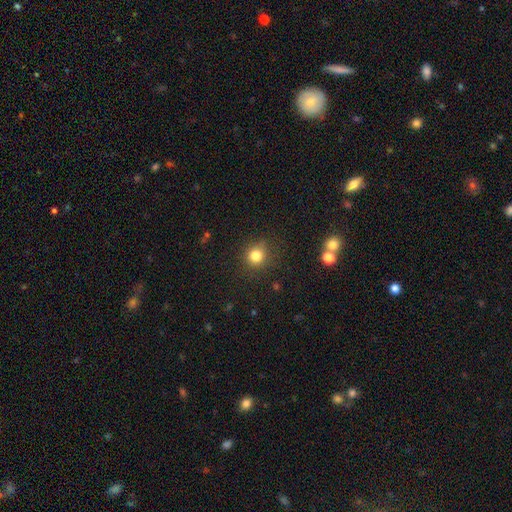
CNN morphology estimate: smooth 81%, star or artifact 13%, featured or disk 5%. Down the decision tree: how rounded — round (88%); merging — none (84%).